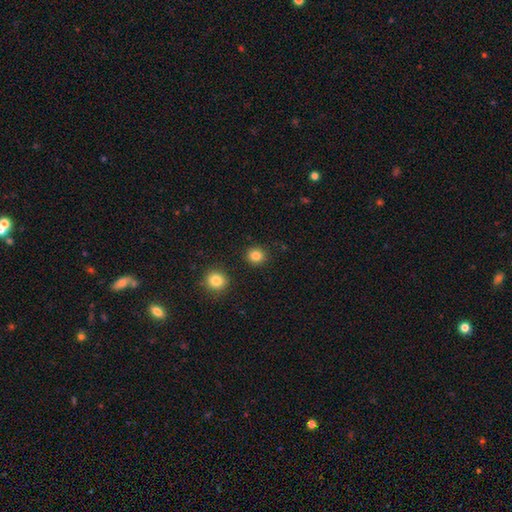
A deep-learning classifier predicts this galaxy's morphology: smooth-or-featured: smooth: 84% | star or artifact: 12% | featured or disk: 4%
  how-rounded: round: 86% | in between: 13% | cigar-shaped: 1%
  merging: none: 90% | minor disturbance: 6% | merger: 2% | major disturbance: 2%